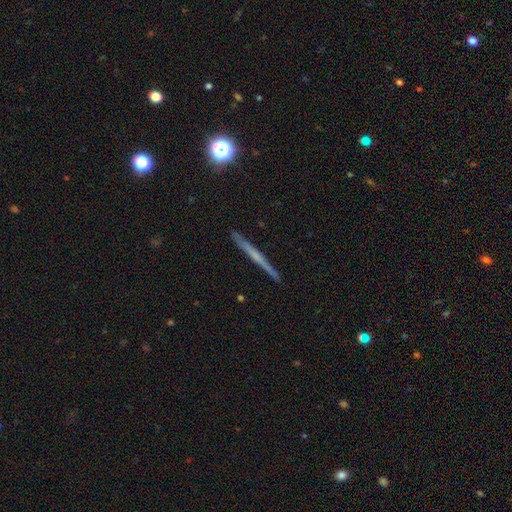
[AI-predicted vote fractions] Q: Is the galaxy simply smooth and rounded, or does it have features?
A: featured or disk — 64%.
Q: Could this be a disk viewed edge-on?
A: yes — 98%.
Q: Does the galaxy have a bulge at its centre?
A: none — 61%.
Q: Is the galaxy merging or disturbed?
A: none — 92%.